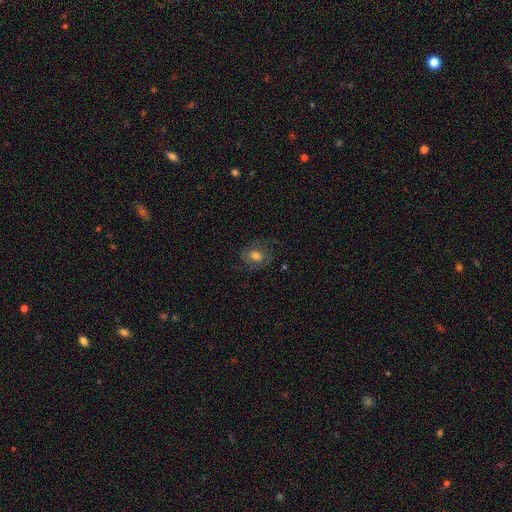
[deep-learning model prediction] Morphology: type=featured or disk (44%); merging=none (74%).